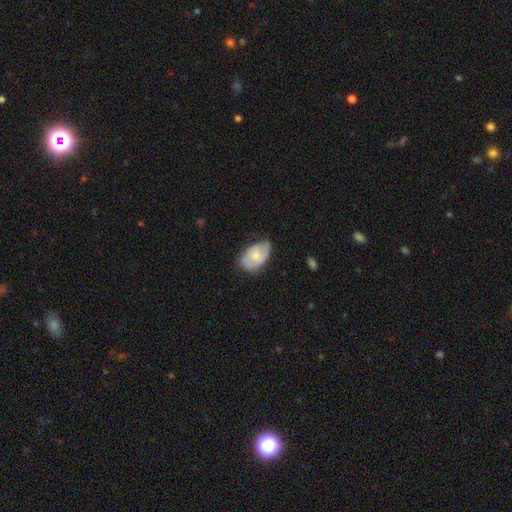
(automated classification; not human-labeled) Overall: featured or disk (49%; smooth 45%). Merging: none (54%; minor disturbance 35%).